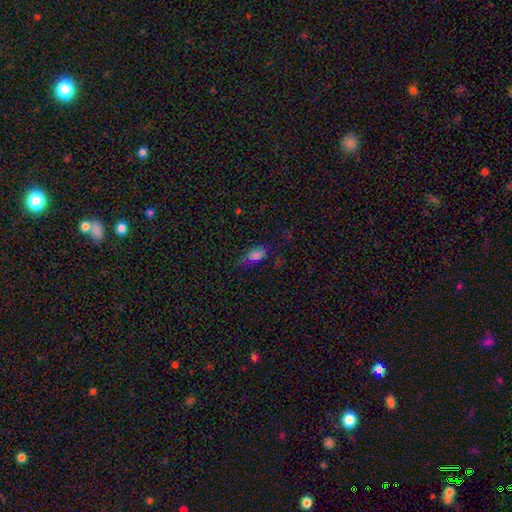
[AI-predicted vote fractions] This is likely a smooth galaxy (77%). How rounded: clearly in between (86%). Merging: likely none (61%).